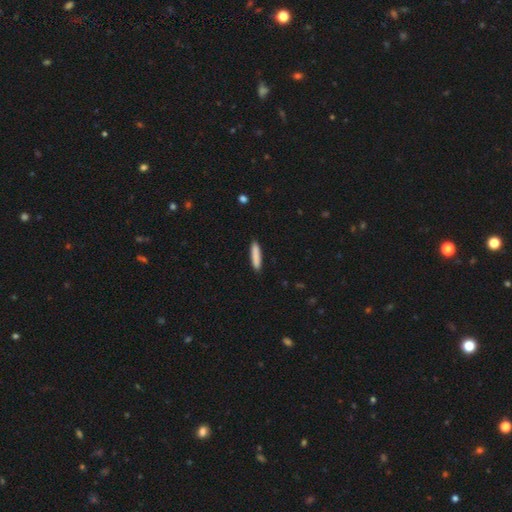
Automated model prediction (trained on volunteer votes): Q: Smooth or featured?
A: smooth (86%); runner-up: featured or disk (8%)
Q: How rounded?
A: cigar-shaped (85%); runner-up: in between (14%)
Q: Merging?
A: none (89%); runner-up: minor disturbance (8%)